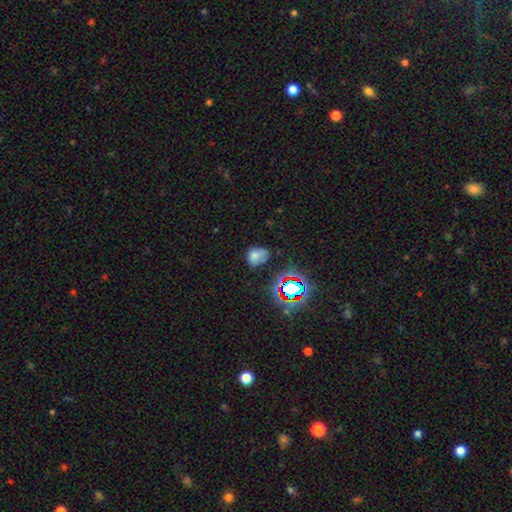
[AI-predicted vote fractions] smooth-or-featured: smooth: 63% | star or artifact: 23% | featured or disk: 14%
  how-rounded: in between: 64% | round: 35% | cigar-shaped: 1%
  merging: none: 46% | minor disturbance: 31% | major disturbance: 15% | merger: 8%